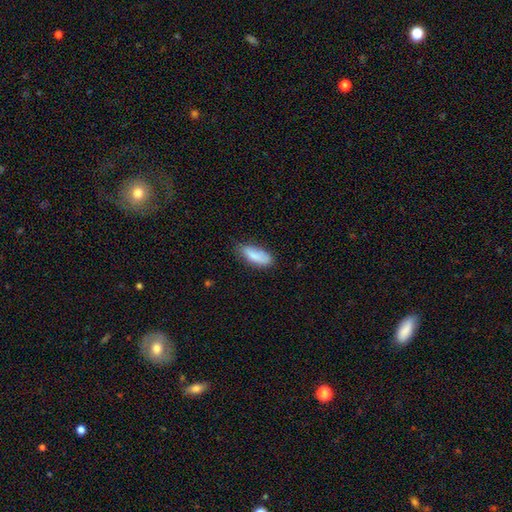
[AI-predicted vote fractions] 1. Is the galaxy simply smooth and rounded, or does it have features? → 84% smooth, 9% featured or disk, 7% star or artifact.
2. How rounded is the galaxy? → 75% in between, 23% cigar-shaped, 2% round.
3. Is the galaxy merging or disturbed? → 62% none, 29% minor disturbance, 7% major disturbance, 2% merger.